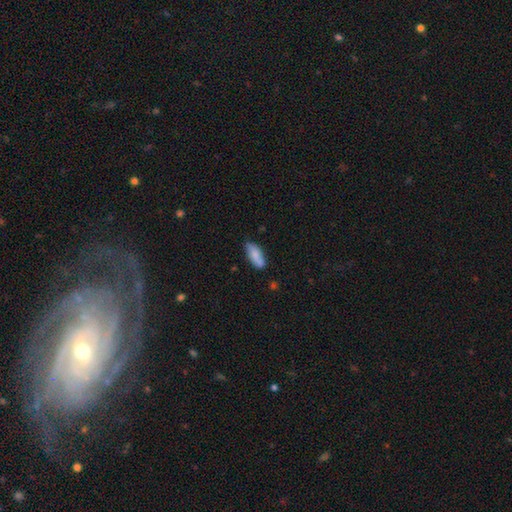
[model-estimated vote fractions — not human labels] The model was most divided on "merging": none: 70%, minor disturbance: 21%, merger: 5%, major disturbance: 3%. More confident: smooth or featured — smooth (79%); how rounded — in between (76%).